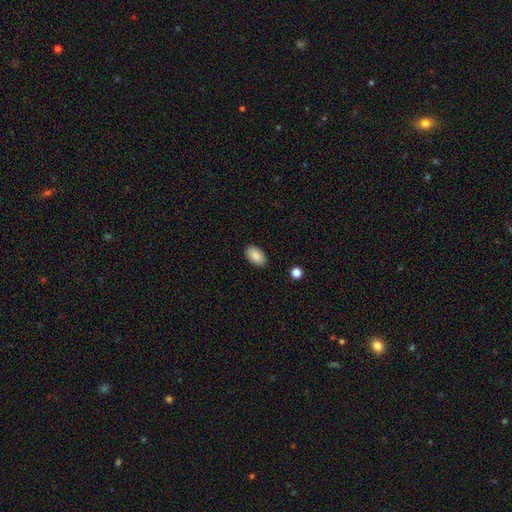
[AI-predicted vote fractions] smooth_or_featured: smooth (p=0.88) [alt: star or artifact p=0.07]
how_rounded: in between (p=0.94) [alt: round p=0.05]
merging: none (p=0.87) [alt: minor disturbance p=0.09]